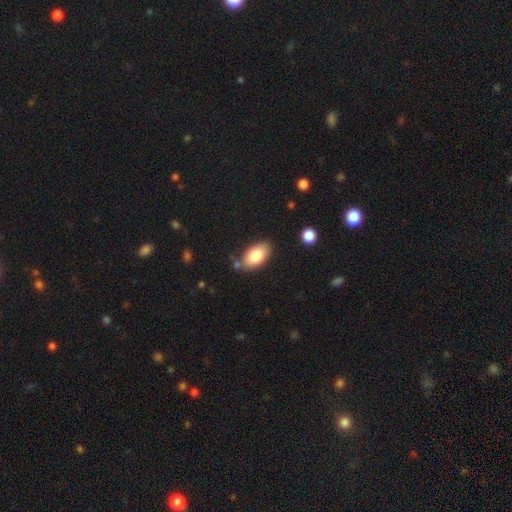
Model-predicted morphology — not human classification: Smooth or featured? smooth (82%)
How rounded? in between (94%)
Merging? none (76%)